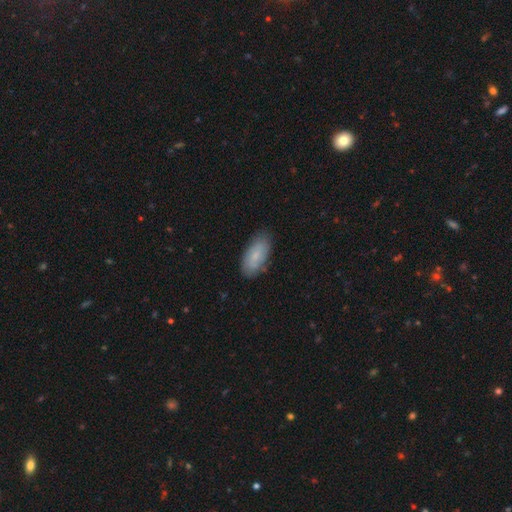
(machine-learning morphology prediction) A smooth galaxy with no disk features (70%) that is in between round and cigar-shaped (90%). Merging: none (79%).